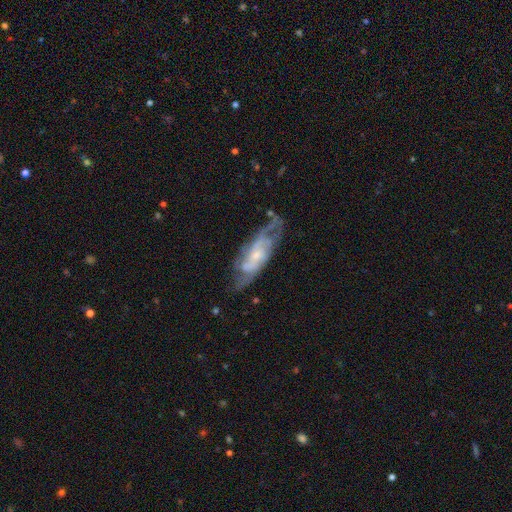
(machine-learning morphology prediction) Smooth or featured: featured or disk — 76% (smooth — 17%)
Edge-on disk: no — 84% (yes — 16%)
Bar: no — 62% (weak — 31%)
Spiral arms: yes — 86% (no — 14%)
Spiral winding: tight — 43% (medium — 42%)
Spiral arm count: can't tell — 43% (2 — 33%)
Bulge size: small — 63% (moderate — 28%)
Merging: none — 61% (minor disturbance — 23%)